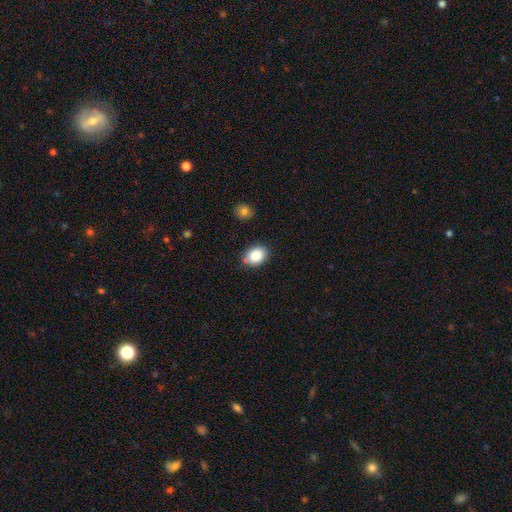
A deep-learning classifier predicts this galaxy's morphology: Q: Smooth or featured?
A: smooth (85%); runner-up: star or artifact (9%)
Q: How rounded?
A: in between (68%); runner-up: round (31%)
Q: Merging?
A: none (77%); runner-up: minor disturbance (16%)